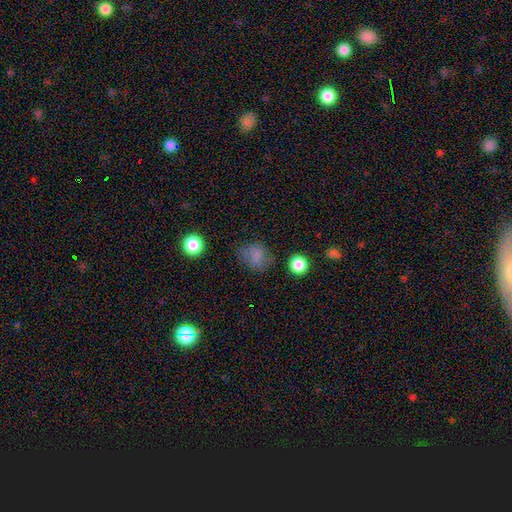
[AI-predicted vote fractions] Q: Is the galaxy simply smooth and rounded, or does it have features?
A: smooth — 74%.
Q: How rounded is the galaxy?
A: round — 66%.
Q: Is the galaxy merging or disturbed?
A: none — 63%.